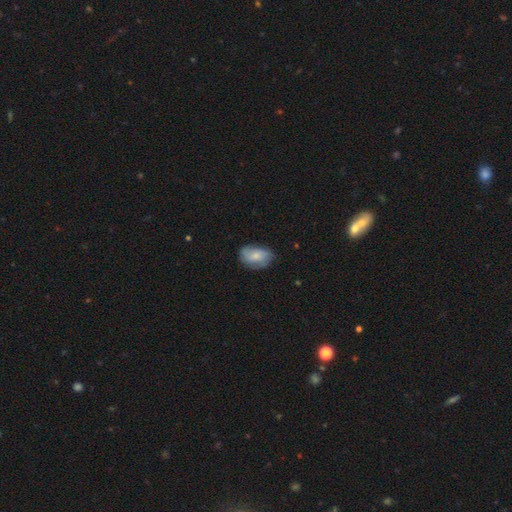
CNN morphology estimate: Smooth or featured: smooth — 63% (featured or disk — 31%)
How rounded: in between — 87% (round — 12%)
Merging: none — 67% (minor disturbance — 26%)